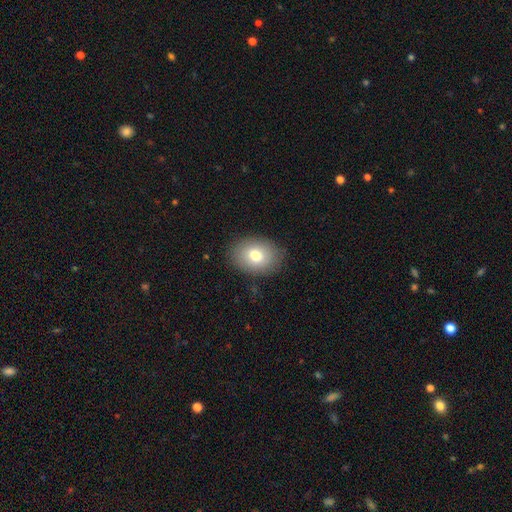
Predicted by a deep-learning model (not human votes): Smooth or featured: smooth — 77% (featured or disk — 14%)
How rounded: in between — 69% (round — 30%)
Merging: none — 86% (minor disturbance — 10%)